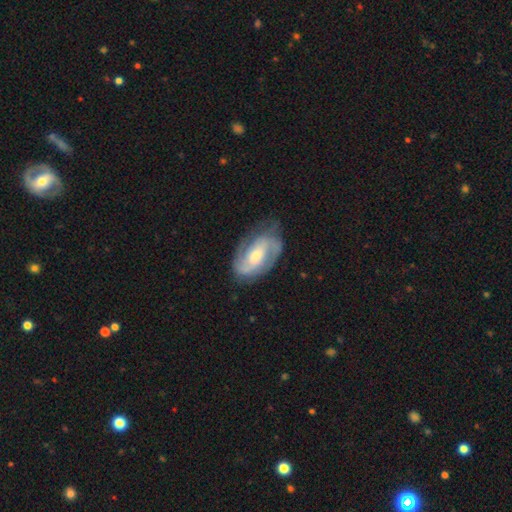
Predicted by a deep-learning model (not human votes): This is clearly a featured or disk galaxy (80%). It is clearly not viewed edge-on (96%). Bar: marginally weak (41%). Spiral arm pattern: clearly yes (93%). Spiral arm count: likely 2 (74%). Spiral winding: possibly medium (45%). Central bulge: possibly moderate (51%). Merging: likely none (70%).